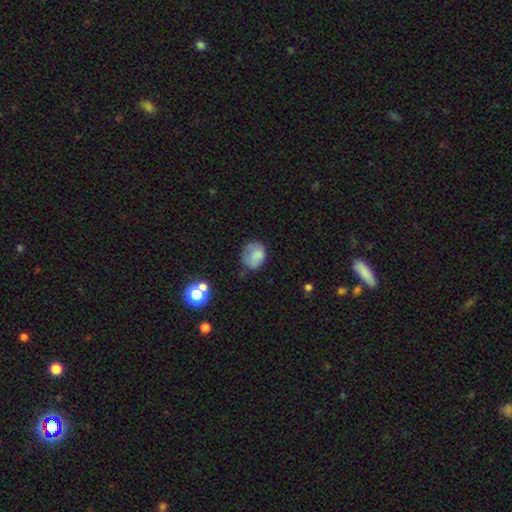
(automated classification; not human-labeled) This is likely a smooth galaxy (75%). How rounded: likely round (63%). Merging: possibly none (56%).